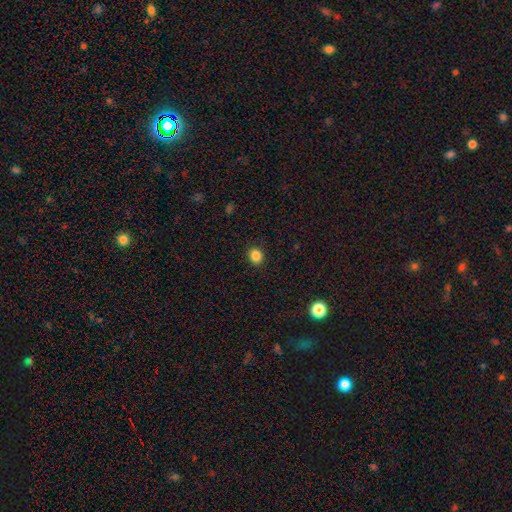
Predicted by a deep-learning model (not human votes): Smooth or featured? smooth (85%)
How rounded? round (78%)
Merging? none (91%)